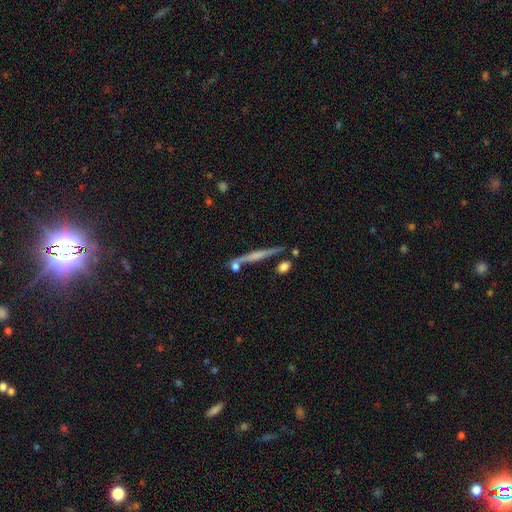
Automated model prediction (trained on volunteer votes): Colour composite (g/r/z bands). It shows a featured or disk galaxy (62%) viewed edge-on (97%) with no central bulge (45%). Merging: none (80%).